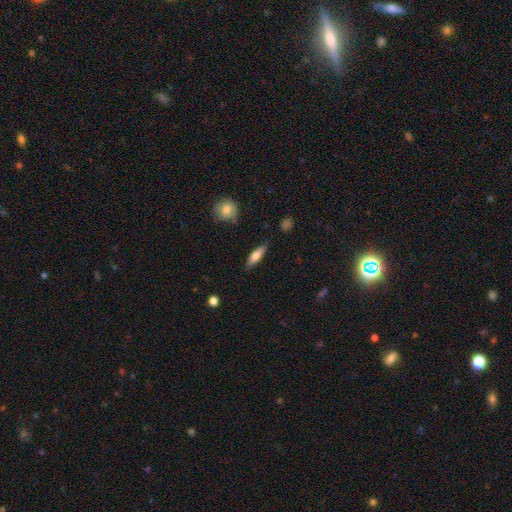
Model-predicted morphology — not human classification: type=smooth (63%); roundness=cigar-shaped (53%); merging=none (83%).